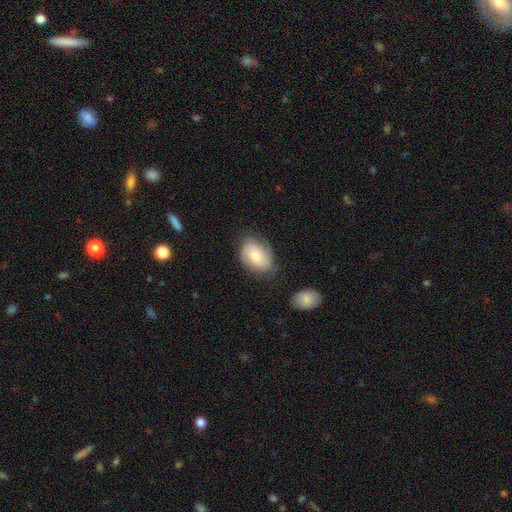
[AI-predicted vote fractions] smooth_or_featured: smooth (p=0.56) [alt: featured or disk p=0.37]
how_rounded: in between (p=0.79) [alt: round p=0.19]
merging: none (p=0.70) [alt: minor disturbance p=0.22]